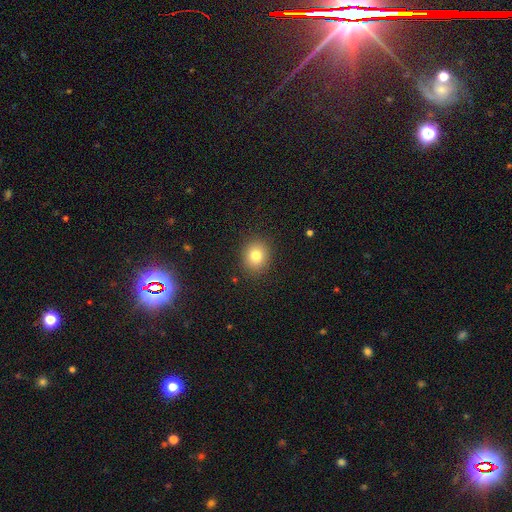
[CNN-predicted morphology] Smooth or featured: smooth — 80% (star or artifact — 11%)
How rounded: round — 74% (in between — 25%)
Merging: none — 89% (minor disturbance — 7%)